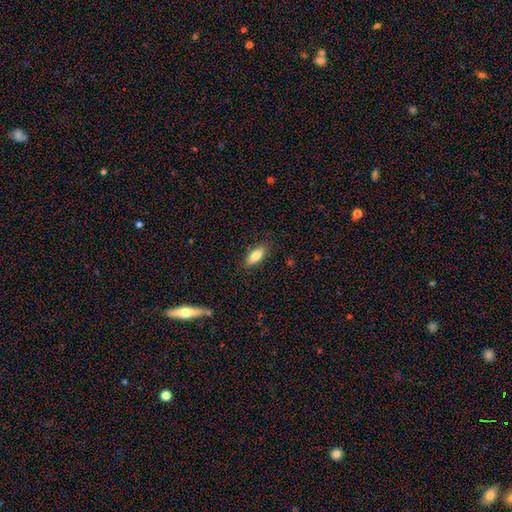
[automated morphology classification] This appears to be a smooth galaxy with no disk features (81%) that is in between round and cigar-shaped (77%). Merging: none (85%).